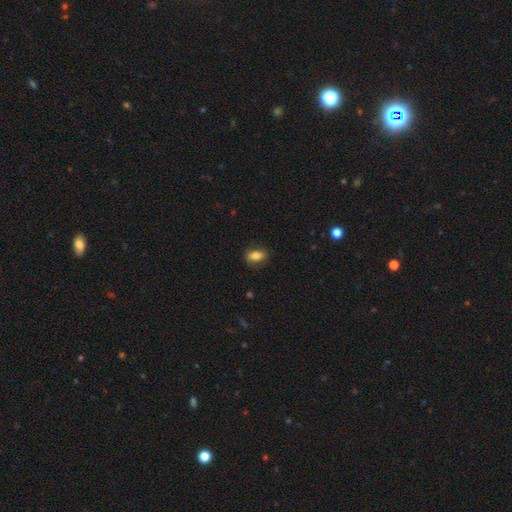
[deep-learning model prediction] Smooth or featured? smooth (82%)
How rounded? in between (84%)
Merging? none (84%)